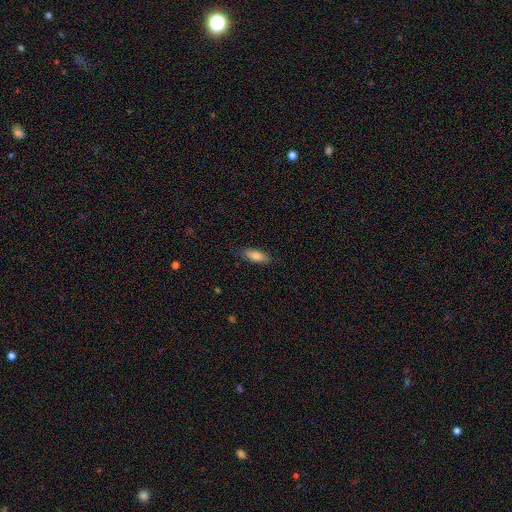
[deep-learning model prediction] Smooth or featured: smooth — 82% (featured or disk — 11%)
How rounded: in between — 66% (cigar-shaped — 32%)
Merging: none — 84% (minor disturbance — 13%)